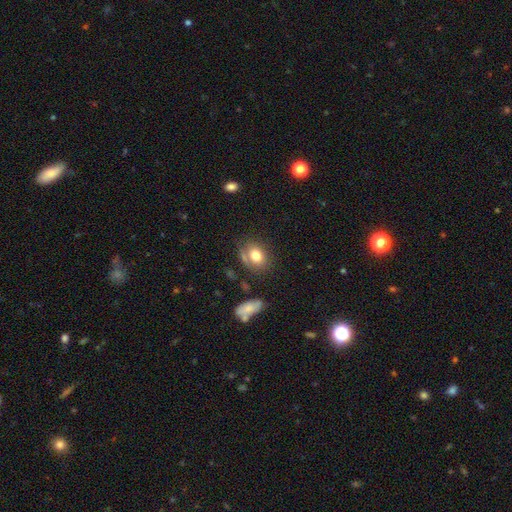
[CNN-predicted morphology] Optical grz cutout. It shows a smooth galaxy with no disk features (78%) that is in between round and cigar-shaped (61%). Merging: none (64%).